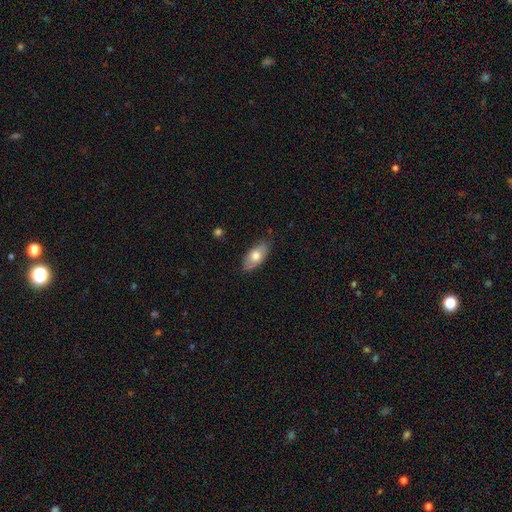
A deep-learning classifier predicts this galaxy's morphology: Smooth or featured: smooth — 72% (featured or disk — 22%)
How rounded: in between — 91% (cigar-shaped — 6%)
Merging: none — 81% (minor disturbance — 16%)